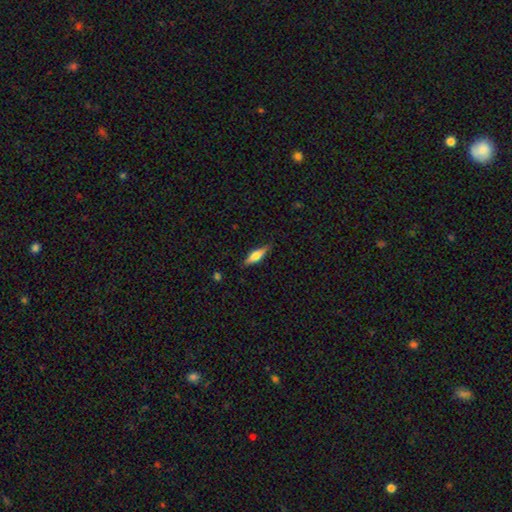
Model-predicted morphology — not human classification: This is possibly a smooth galaxy (52%). How rounded: possibly cigar-shaped (56%). Merging: clearly none (82%).